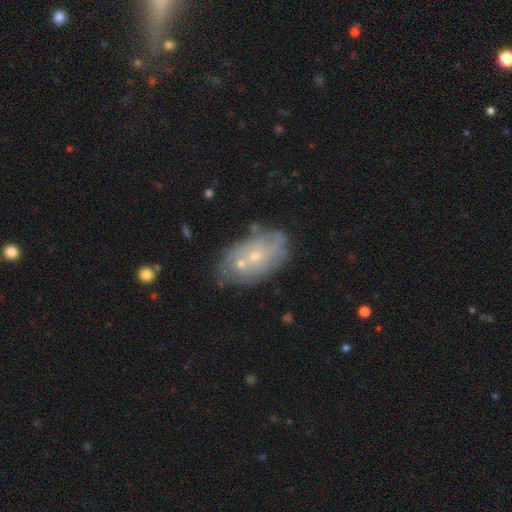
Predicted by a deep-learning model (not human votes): A featured or disk galaxy (58%) with no bar (86%), no spiral arms (54%) and a small central bulge (73%). Merging: none (51%).